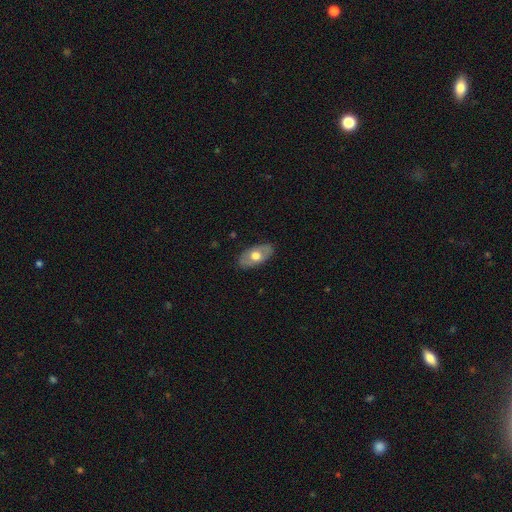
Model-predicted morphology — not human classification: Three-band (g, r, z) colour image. It shows a smooth galaxy with no disk features (54%) that is in between round and cigar-shaped (91%). Merging: none (82%).